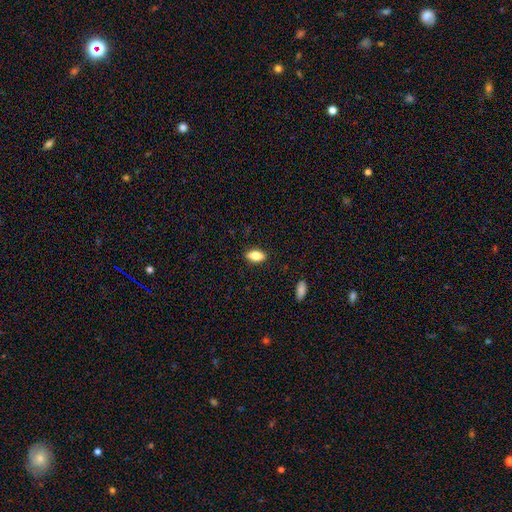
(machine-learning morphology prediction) A smooth galaxy with no disk features (79%) that is in between round and cigar-shaped (87%).

Vote fractions:
- Smooth or featured? smooth: 79% / featured or disk: 14% / star or artifact: 7%
- How rounded? in between: 87% / cigar-shaped: 9% / round: 3%
- Merging? none: 88% / minor disturbance: 9% / major disturbance: 2% / merger: 1%